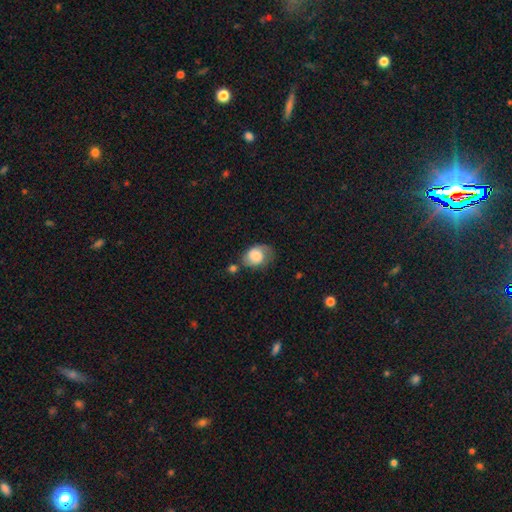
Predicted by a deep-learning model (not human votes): smooth-or-featured: smooth: 64% | featured or disk: 28% | star or artifact: 8%
  how-rounded: in between: 64% | round: 34% | cigar-shaped: 1%
  merging: none: 43% | minor disturbance: 32% | major disturbance: 16% | merger: 9%